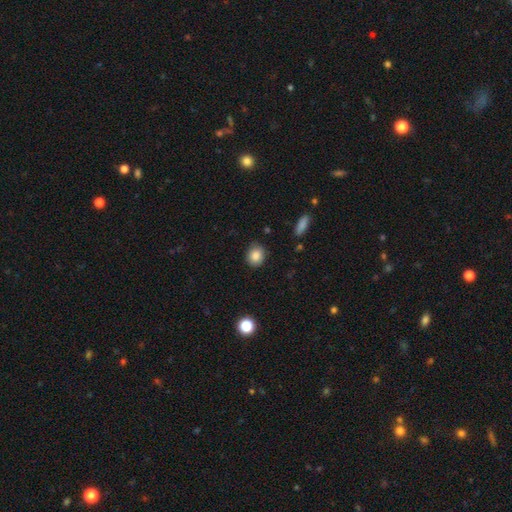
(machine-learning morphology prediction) A smooth galaxy with no disk features (86%) that is round (66%).

Vote fractions:
- Smooth or featured? smooth: 86% / star or artifact: 9% / featured or disk: 5%
- How rounded? round: 66% / in between: 33% / cigar-shaped: 1%
- Merging? none: 85% / minor disturbance: 11% / major disturbance: 2% / merger: 1%